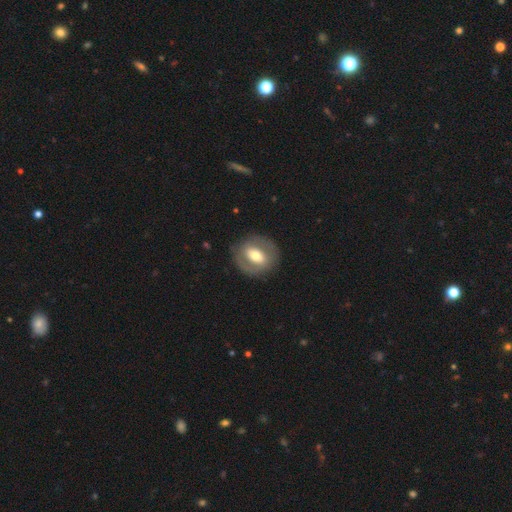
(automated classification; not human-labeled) featured or disk 49%, smooth 45%, star or artifact 6%. Down the decision tree: merging — none (83%).